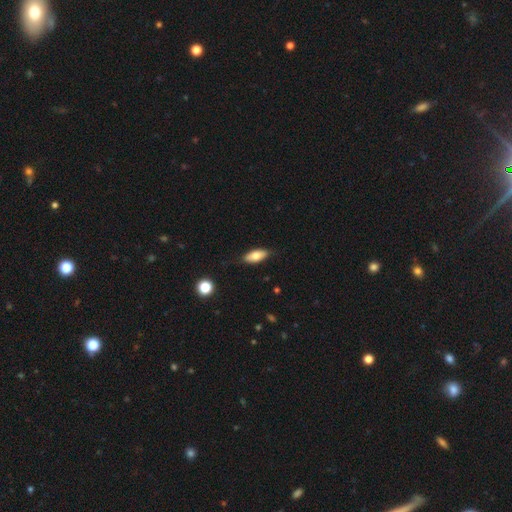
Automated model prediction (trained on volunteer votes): The model was most divided on "smooth or featured": smooth: 76%, featured or disk: 18%, star or artifact: 7%. More confident: how rounded — in between (83%); merging — none (81%).